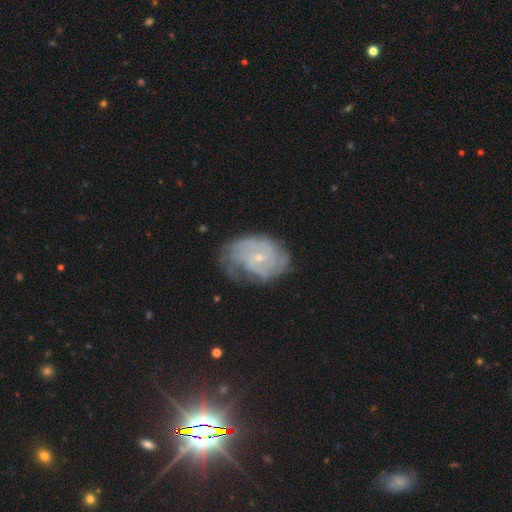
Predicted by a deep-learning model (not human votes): The model was most divided on "spiral arm count": can't tell: 37%, 2: 22%, 3: 18%, 4: 10%, more than 4: 7%, 1: 7%. More confident: edge-on disk — no (96%); spiral arms — yes (93%); bulge size — small (78%); smooth or featured — featured or disk (73%); merging — none (68%); bar — no (66%); spiral winding — tight (63%).